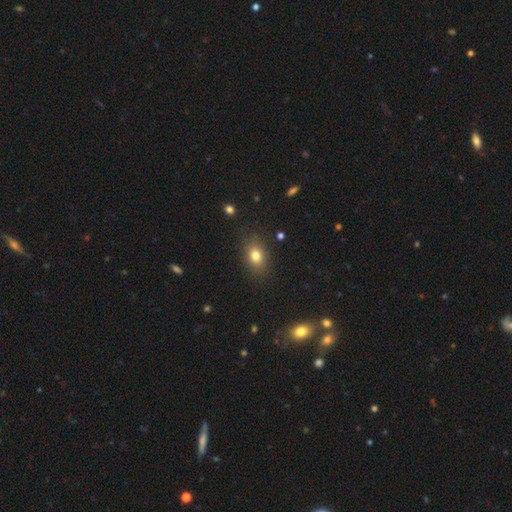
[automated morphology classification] Smooth or featured?
  - smooth: 79% *
  - star or artifact: 12%
  - featured or disk: 10%
How rounded?
  - in between: 71% *
  - round: 27%
  - cigar-shaped: 2%
Merging?
  - none: 85% *
  - minor disturbance: 10%
  - major disturbance: 3%
  - merger: 1%